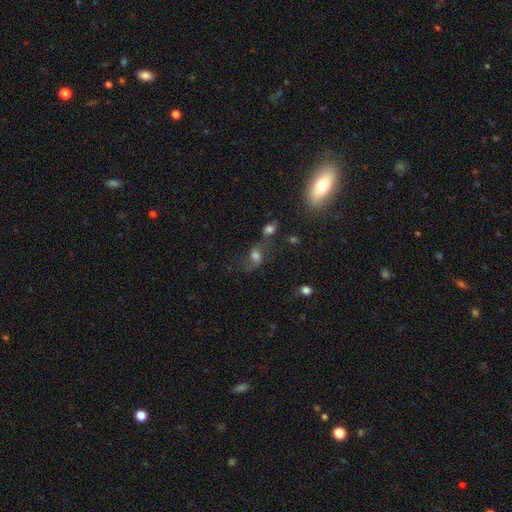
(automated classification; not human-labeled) Smooth or featured?
  - smooth: 46% *
  - featured or disk: 36%
  - star or artifact: 17%
Merging?
  - none: 39% *
  - merger: 28%
  - major disturbance: 16%
  - minor disturbance: 16%